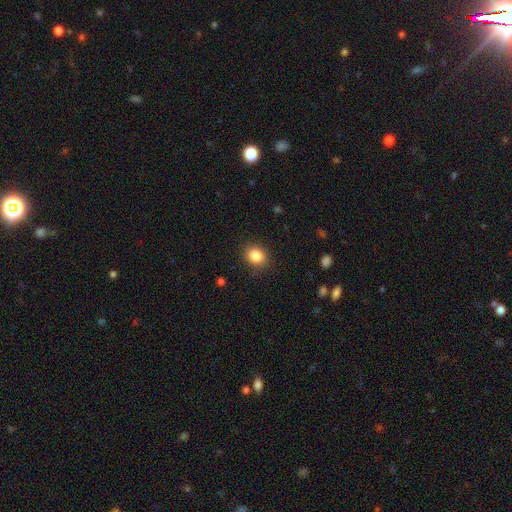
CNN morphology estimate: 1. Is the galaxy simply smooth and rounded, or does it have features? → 85% smooth, 10% star or artifact, 5% featured or disk.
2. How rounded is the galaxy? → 67% round, 32% in between, 1% cigar-shaped.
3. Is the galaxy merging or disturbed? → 87% none, 9% minor disturbance, 3% major disturbance, 1% merger.